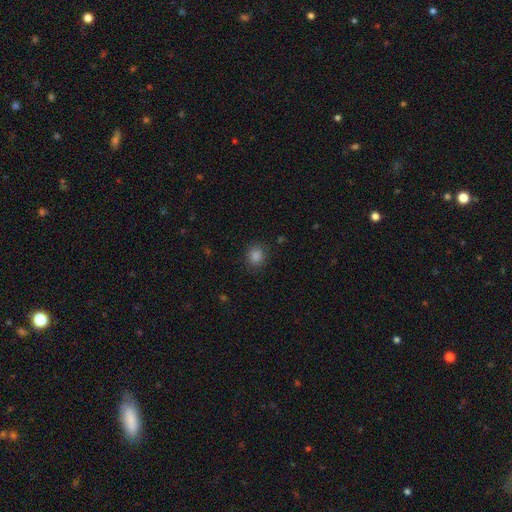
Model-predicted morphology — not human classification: Smooth or featured: smooth — 83% (star or artifact — 13%)
How rounded: round — 70% (in between — 29%)
Merging: none — 87% (minor disturbance — 9%)